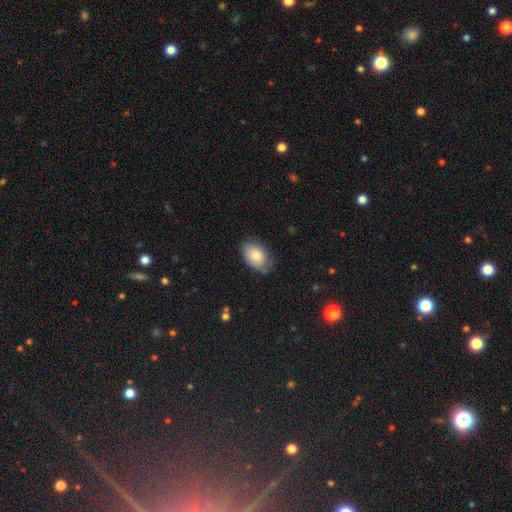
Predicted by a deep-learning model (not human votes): Overall: smooth (81%). How rounded: in between (87%). Merging: none (66%; minor disturbance 27%).